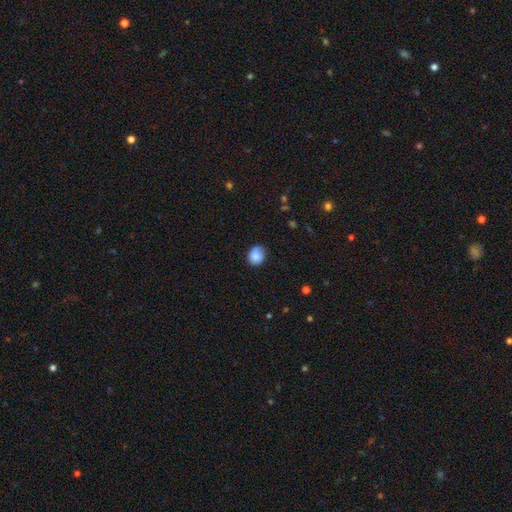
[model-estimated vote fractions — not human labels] Smooth or featured? smooth (82%)
How rounded? round (62%)
Merging? none (71%)